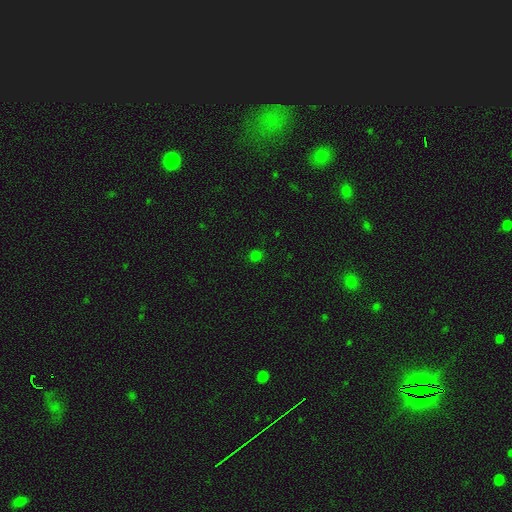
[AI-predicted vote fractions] The model was most divided on "smooth or featured": smooth: 73%, star or artifact: 23%, featured or disk: 4%. More confident: merging — none (88%); how rounded — round (87%).